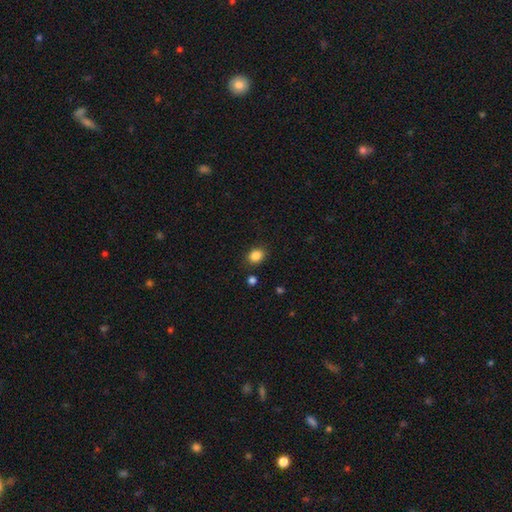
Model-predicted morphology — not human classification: Smooth or featured? smooth (85%)
How rounded? round (52%)
Merging? none (84%)